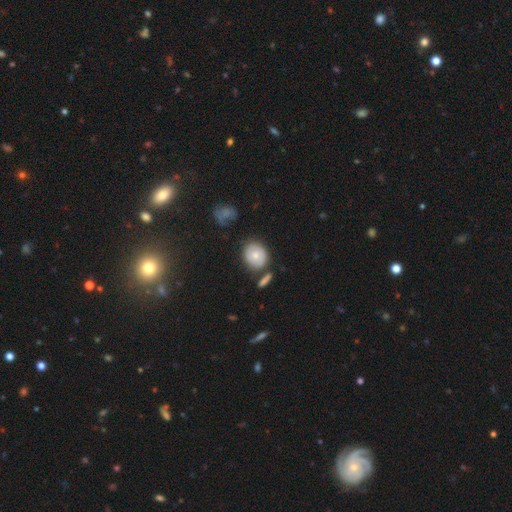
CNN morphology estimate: A smooth galaxy with no disk features (70%) that is round (71%). Merging: none (70%).